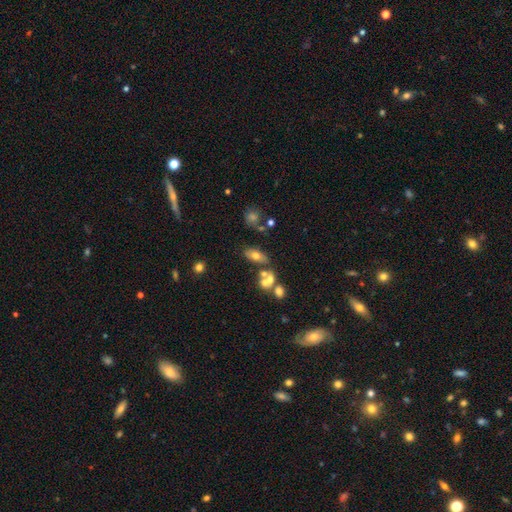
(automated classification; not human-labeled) Smooth or featured: smooth — 61% (featured or disk — 27%)
How rounded: in between — 81% (cigar-shaped — 11%)
Merging: none — 56% (merger — 24%)